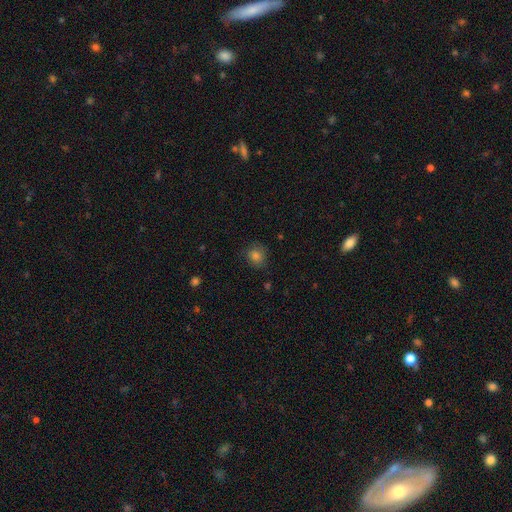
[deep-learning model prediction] A smooth galaxy with no disk features (80%) that is round (72%). Merging: none (76%).